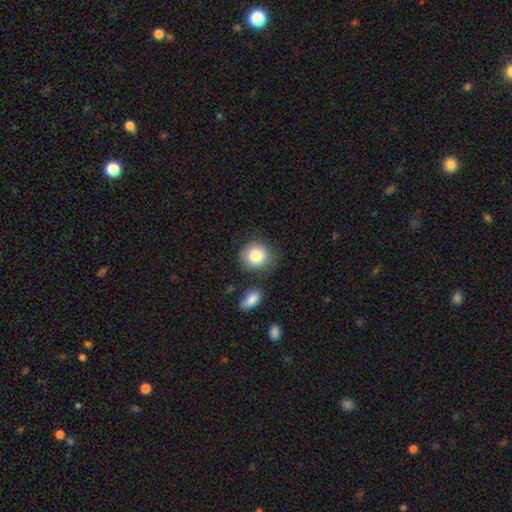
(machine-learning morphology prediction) Q: Smooth or featured?
A: smooth (84%); runner-up: featured or disk (8%)
Q: How rounded?
A: round (81%); runner-up: in between (18%)
Q: Merging?
A: none (73%); runner-up: minor disturbance (15%)